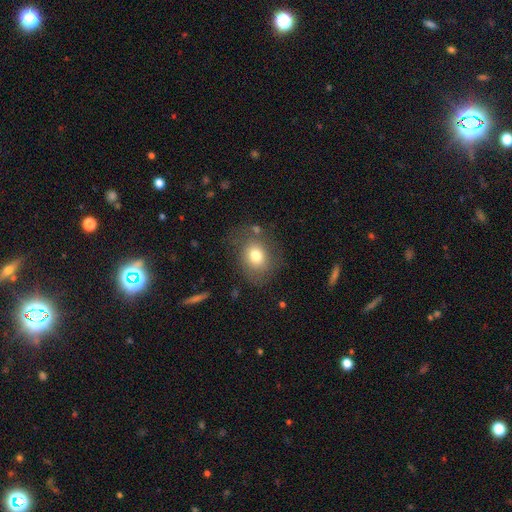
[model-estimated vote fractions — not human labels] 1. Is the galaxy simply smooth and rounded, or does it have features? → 74% smooth, 16% featured or disk, 10% star or artifact.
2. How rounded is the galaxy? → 58% round, 41% in between, 1% cigar-shaped.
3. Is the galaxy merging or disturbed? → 69% none, 18% minor disturbance, 9% major disturbance, 4% merger.